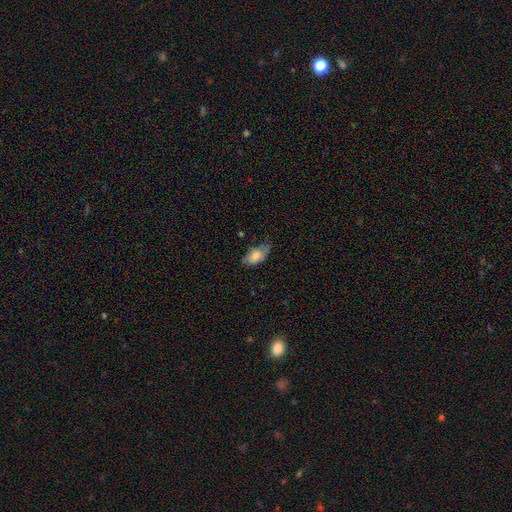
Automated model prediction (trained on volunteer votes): smooth_or_featured: smooth (p=0.76) [alt: featured or disk p=0.17]
how_rounded: in between (p=0.91) [alt: cigar-shaped p=0.05]
merging: none (p=0.50) [alt: minor disturbance p=0.36]